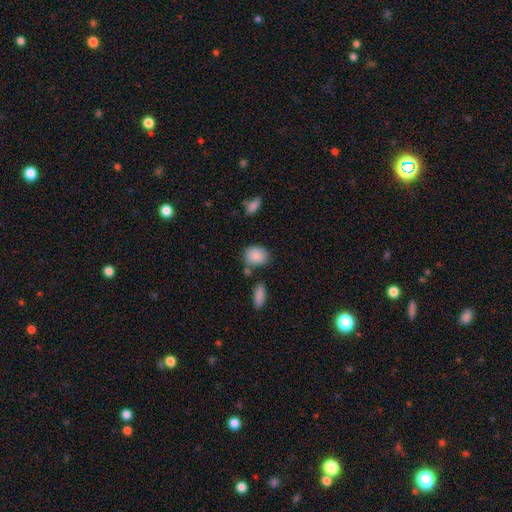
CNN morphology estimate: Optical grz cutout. It shows a smooth galaxy with no disk features (87%) that is in between round and cigar-shaped (49%, tied with round). Merging: none (66%).